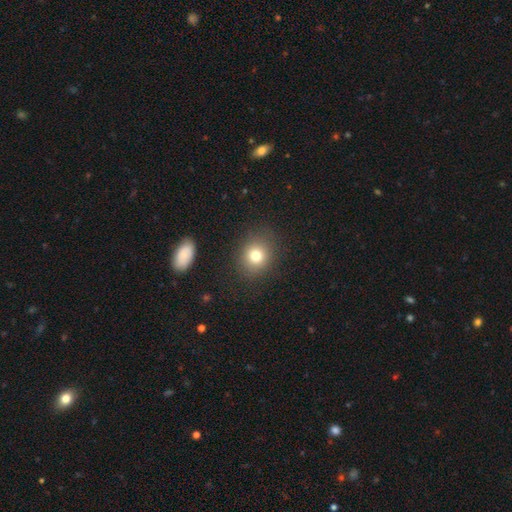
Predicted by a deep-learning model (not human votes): Smooth or featured? smooth (78%)
How rounded? round (70%)
Merging? none (85%)